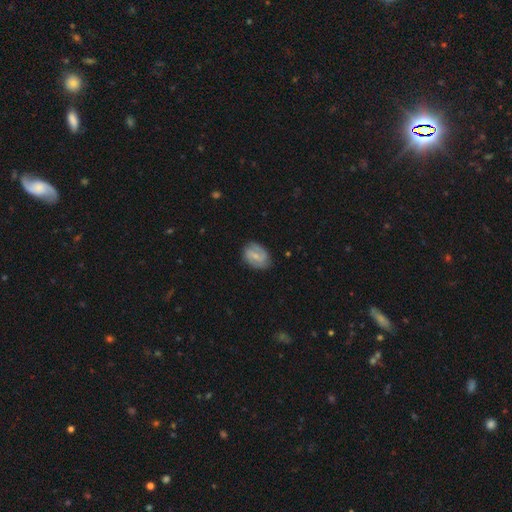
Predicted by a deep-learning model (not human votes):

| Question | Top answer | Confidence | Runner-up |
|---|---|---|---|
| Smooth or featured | featured or disk | 63% | smooth (31%) |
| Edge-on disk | no | 97% | yes (3%) |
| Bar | weak | 53% | no (28%) |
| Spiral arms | yes | 84% | no (16%) |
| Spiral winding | medium | 44% | tight (33%) |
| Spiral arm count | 2 | 73% | can't tell (16%) |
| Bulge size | small | 59% | moderate (34%) |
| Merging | none | 76% | minor disturbance (18%) |